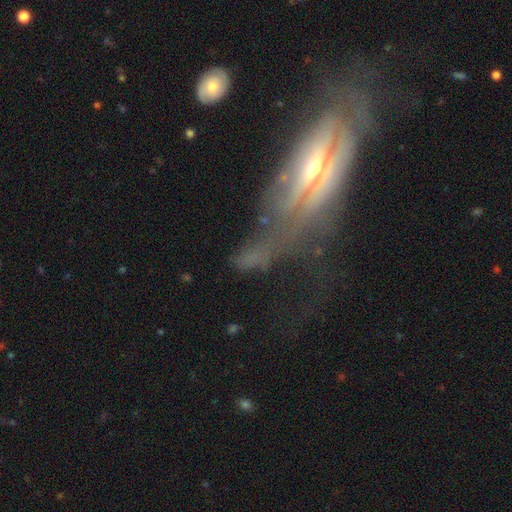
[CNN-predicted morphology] This appears to be a featured or disk galaxy (56%) viewed edge-on (55%). Merging: none (37%).